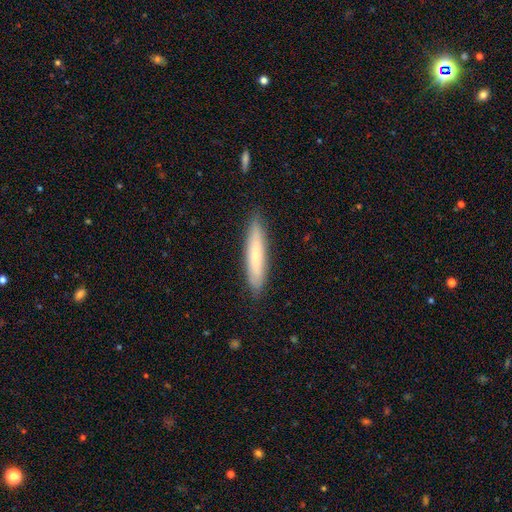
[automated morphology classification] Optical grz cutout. It shows a smooth galaxy with no disk features (67%) that is cigar-shaped (87%). Merging: none (87%).